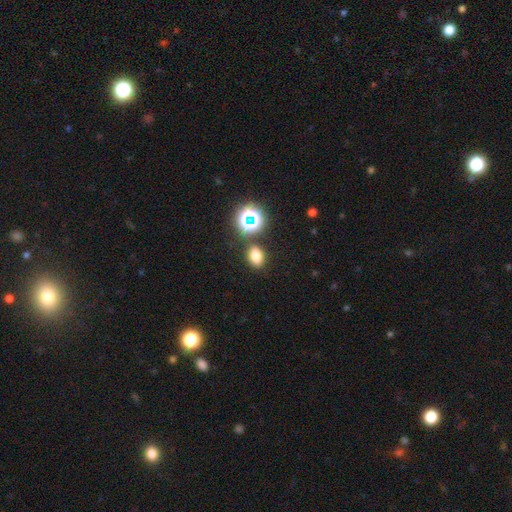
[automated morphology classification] This appears to be a smooth galaxy with no disk features (72%) that is in between round and cigar-shaped (68%). Merging: none (81%).